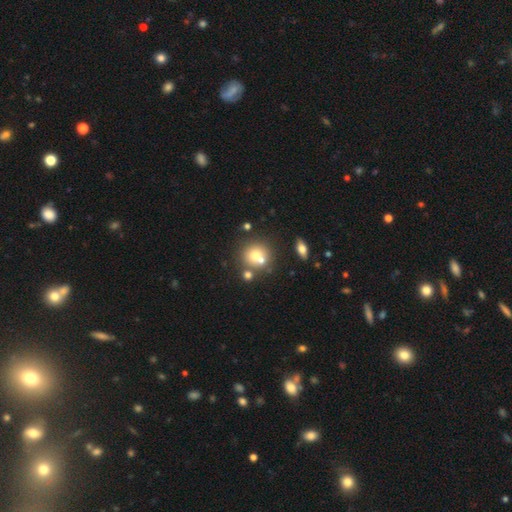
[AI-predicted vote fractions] A smooth galaxy with no disk features (68%) that is round (86%).

Vote fractions:
- Smooth or featured? smooth: 68% / featured or disk: 20% / star or artifact: 13%
- How rounded? round: 86% / in between: 13% / cigar-shaped: 1%
- Merging? none: 53% / merger: 33% / minor disturbance: 10% / major disturbance: 4%